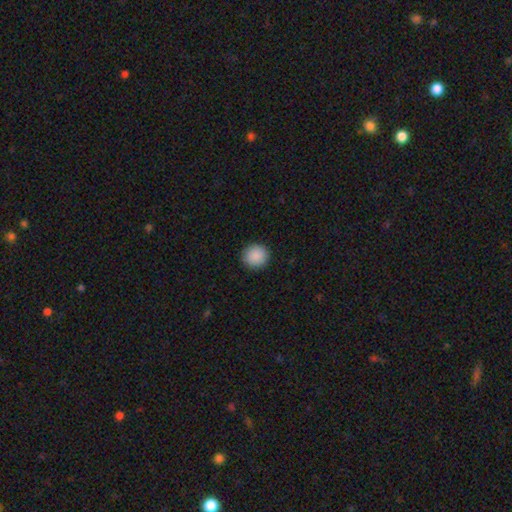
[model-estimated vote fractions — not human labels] Smooth or featured? Predicted: smooth (p=0.90). How rounded? Predicted: round (p=0.93). Merging? Predicted: none (p=0.92).